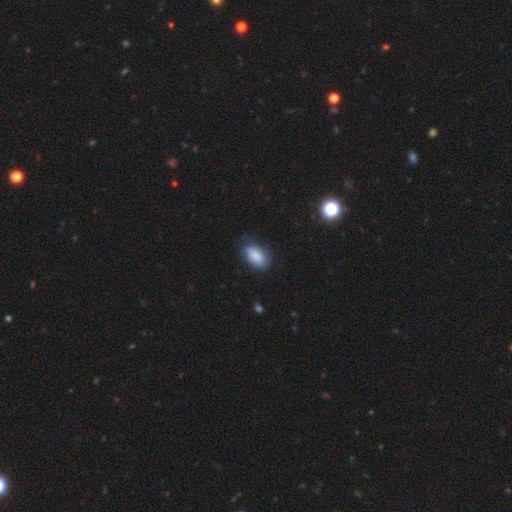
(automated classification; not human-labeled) smooth 87%, star or artifact 7%, featured or disk 6%. Down the decision tree: how rounded — in between (92%); merging — none (72%).